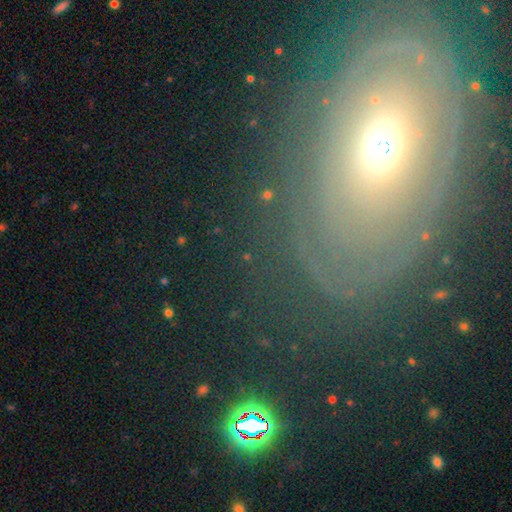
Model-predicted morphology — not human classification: This is possibly a featured or disk galaxy (52%). It is clearly not viewed edge-on (88%). Merging: likely none (75%).